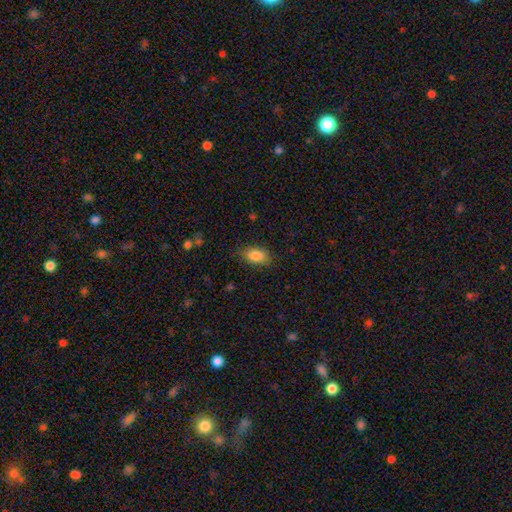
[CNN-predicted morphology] smooth 86%, star or artifact 8%, featured or disk 7%. Down the decision tree: how rounded — in between (90%); merging — none (80%).